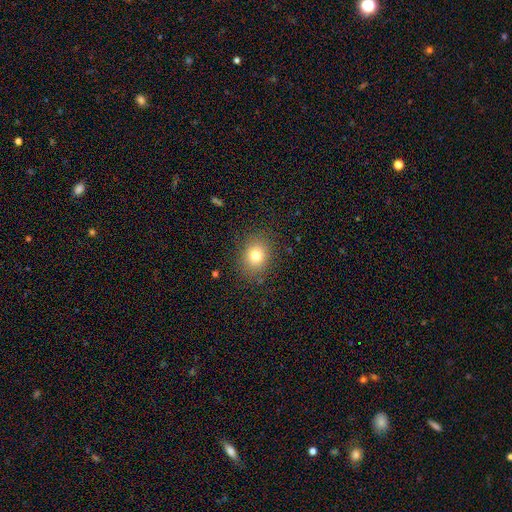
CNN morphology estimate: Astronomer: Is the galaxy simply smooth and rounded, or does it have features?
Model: smooth — 78%.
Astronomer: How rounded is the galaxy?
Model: round — 57% (runner-up: in between, 42%).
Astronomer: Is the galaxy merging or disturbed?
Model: none — 85%.